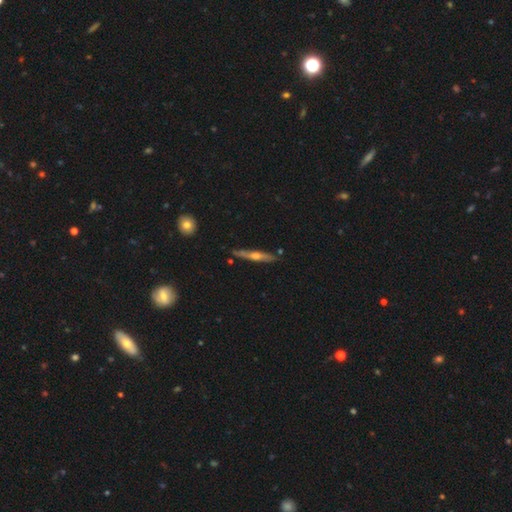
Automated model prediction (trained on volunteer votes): The model was most divided on "smooth or featured": featured or disk: 62%, smooth: 32%, star or artifact: 6%. More confident: edge-on disk — yes (94%); edge-on bulge — rounded (84%); merging — none (83%).